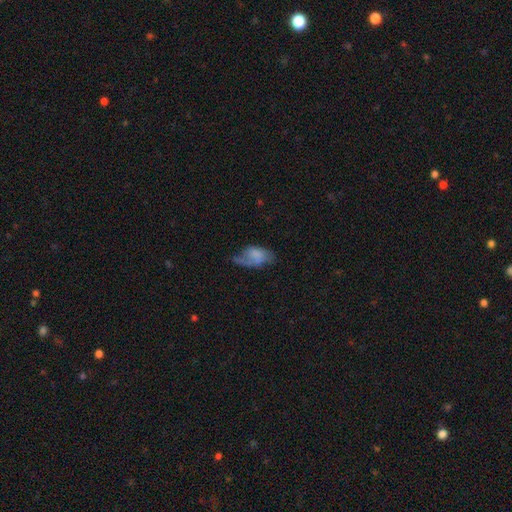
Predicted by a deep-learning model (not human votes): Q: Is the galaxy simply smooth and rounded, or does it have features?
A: smooth — 53%.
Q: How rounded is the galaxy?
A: in between — 92%.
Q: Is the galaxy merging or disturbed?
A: major disturbance — 34%.